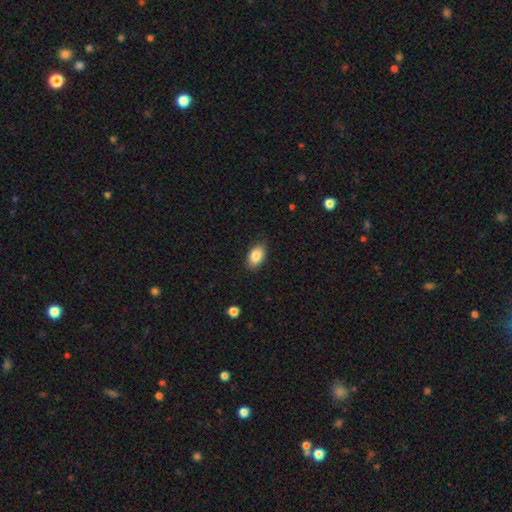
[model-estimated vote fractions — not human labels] Smooth or featured? smooth (85%)
How rounded? in between (90%)
Merging? none (86%)